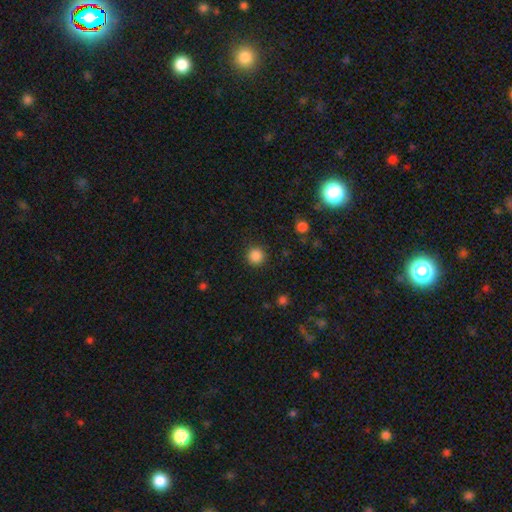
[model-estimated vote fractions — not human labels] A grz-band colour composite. It shows a smooth galaxy with no disk features (85%) that is round (95%). Merging: none (91%).